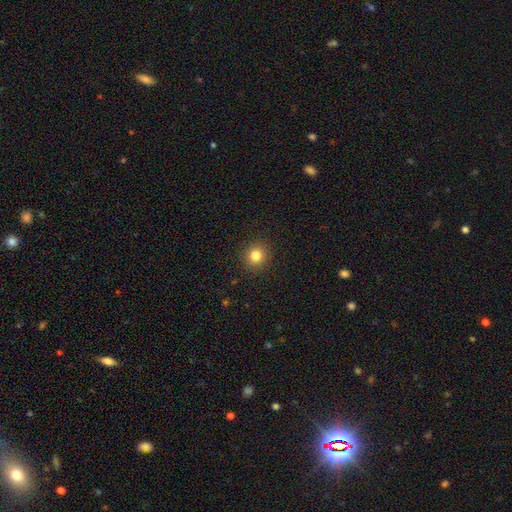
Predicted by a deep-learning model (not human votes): Smooth or featured?
  - smooth: 82% *
  - star or artifact: 12%
  - featured or disk: 6%
How rounded?
  - round: 90% *
  - in between: 9%
  - cigar-shaped: 1%
Merging?
  - none: 91% *
  - minor disturbance: 6%
  - major disturbance: 2%
  - merger: 1%